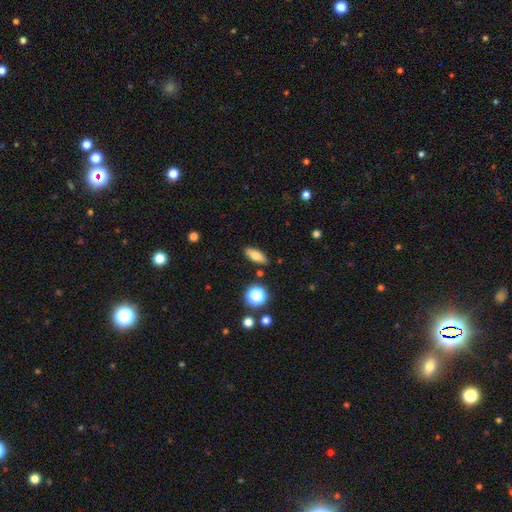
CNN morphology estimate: A smooth galaxy with no disk features (71%) that is in between round and cigar-shaped (64%). Merging: none (87%).